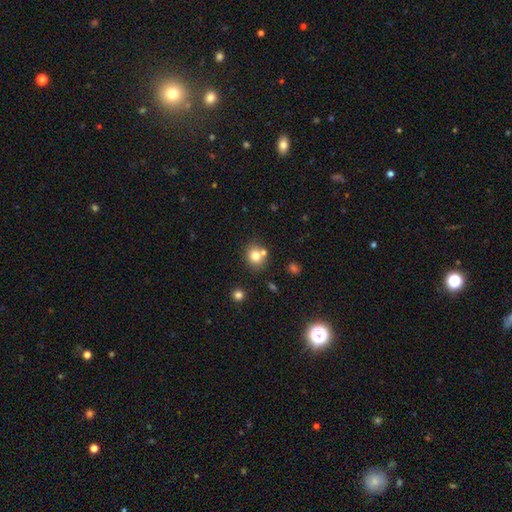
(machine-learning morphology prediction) The model was most divided on "merging": none: 64%, merger: 24%, minor disturbance: 10%, major disturbance: 3%. More confident: smooth or featured — smooth (77%); how rounded — round (74%).